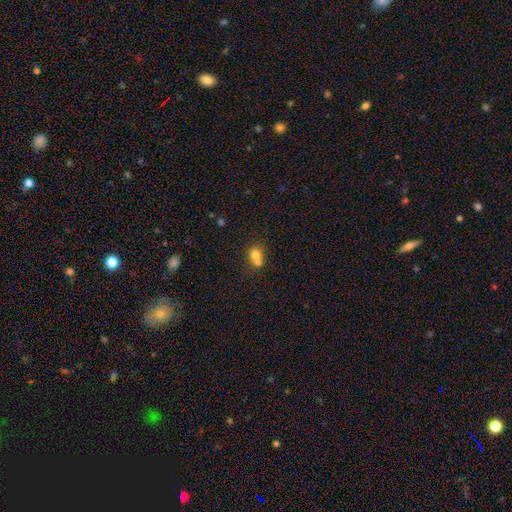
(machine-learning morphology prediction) type=smooth (73%); roundness=round (74%); merging=merger (59%).